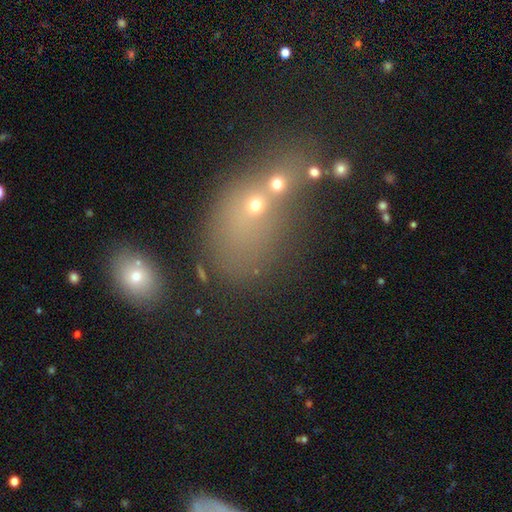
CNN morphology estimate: The model was most divided on "merging": merger: 47%, none: 34%, minor disturbance: 10%, major disturbance: 9%. Remaining: smooth or featured — smooth (49%).